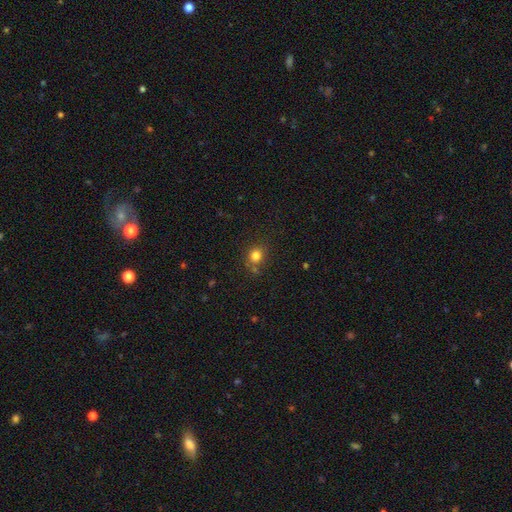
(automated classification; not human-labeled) A smooth galaxy with no disk features (79%) that is round (83%).

Vote fractions:
- Smooth or featured? smooth: 79% / star or artifact: 14% / featured or disk: 6%
- How rounded? round: 83% / in between: 17% / cigar-shaped: 1%
- Merging? none: 75% / minor disturbance: 14% / merger: 7% / major disturbance: 4%